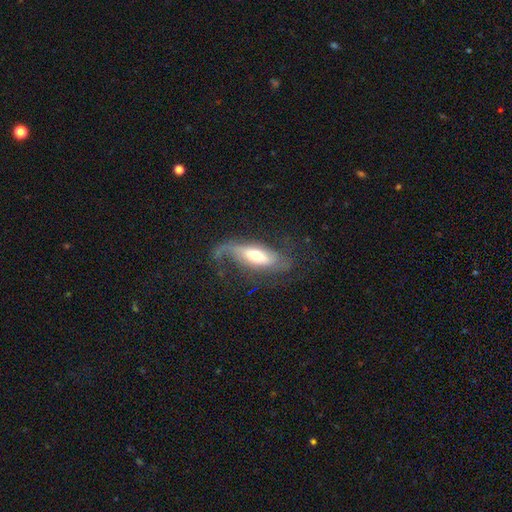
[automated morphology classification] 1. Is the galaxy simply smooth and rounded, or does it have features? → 54% featured or disk, 40% smooth, 6% star or artifact.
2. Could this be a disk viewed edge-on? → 72% no, 28% yes.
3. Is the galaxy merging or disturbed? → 42% none, 33% major disturbance, 23% minor disturbance, 3% merger.